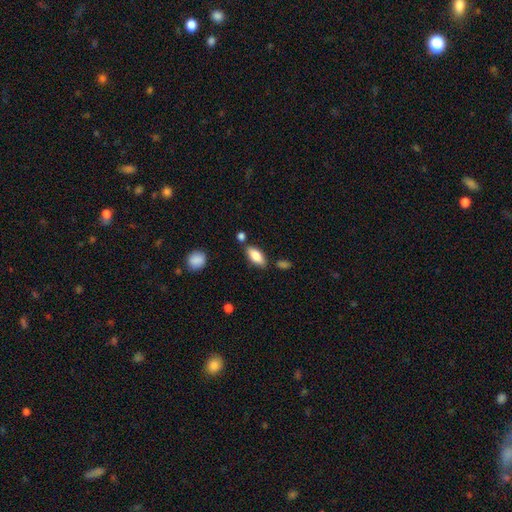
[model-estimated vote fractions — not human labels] Smooth or featured? Predicted: smooth (p=0.81). How rounded? Predicted: in between (p=0.85). Merging? Predicted: none (p=0.75).